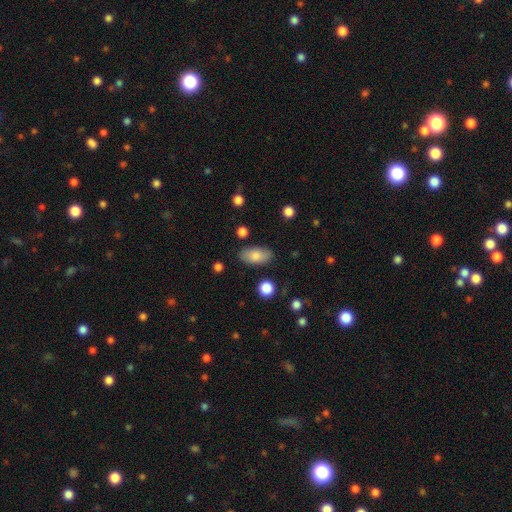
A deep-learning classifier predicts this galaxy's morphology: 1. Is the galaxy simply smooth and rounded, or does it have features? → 82% smooth, 11% featured or disk, 7% star or artifact.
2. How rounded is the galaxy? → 91% in between, 5% cigar-shaped, 4% round.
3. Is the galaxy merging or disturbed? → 83% none, 12% minor disturbance, 3% major disturbance, 2% merger.